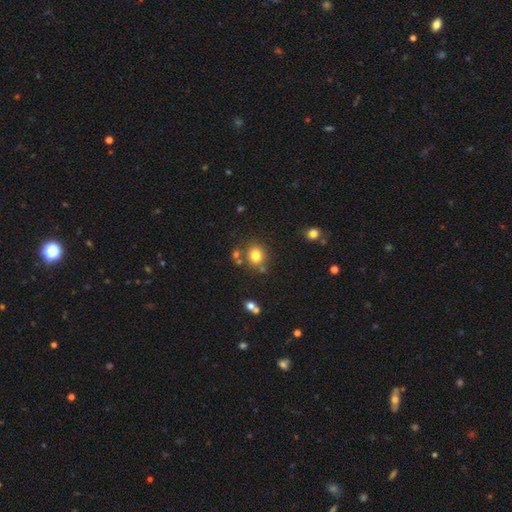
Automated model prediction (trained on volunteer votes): Smooth or featured: smooth — 79% (star or artifact — 13%)
How rounded: round — 79% (in between — 21%)
Merging: none — 73% (merger — 11%)